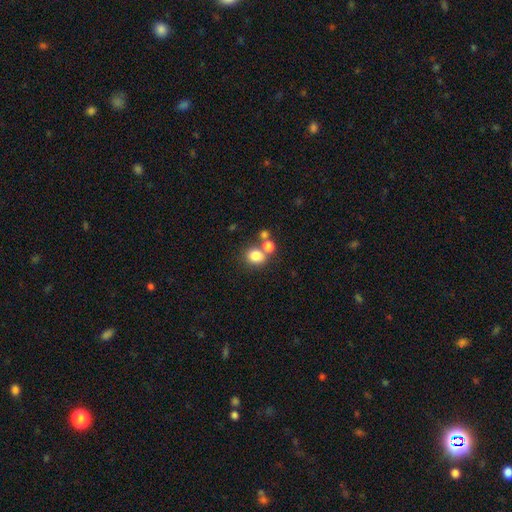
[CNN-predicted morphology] Smooth or featured: smooth — 80% (star or artifact — 11%)
How rounded: round — 63% (in between — 36%)
Merging: none — 52% (merger — 34%)